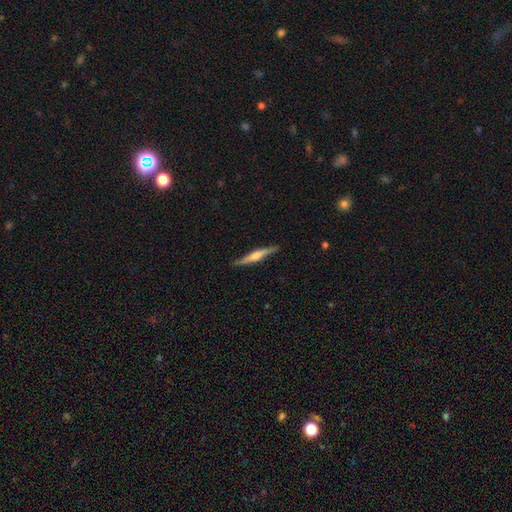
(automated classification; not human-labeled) The model was most divided on "smooth or featured": featured or disk: 56%, smooth: 38%, star or artifact: 6%. More confident: edge-on disk — yes (97%); merging — none (88%); edge-on bulge — rounded (59%).